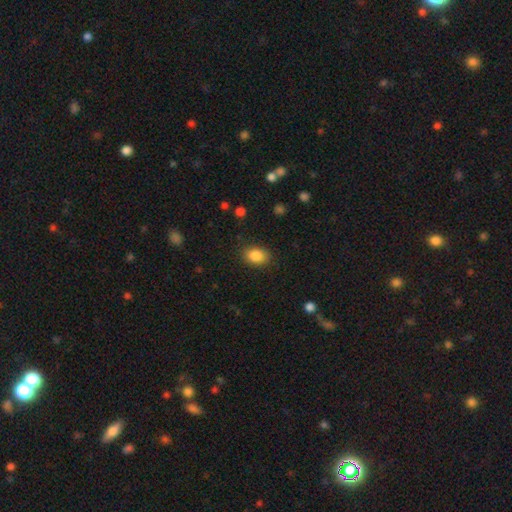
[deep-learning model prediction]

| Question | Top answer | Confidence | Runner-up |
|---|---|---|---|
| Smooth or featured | smooth | 86% | star or artifact (9%) |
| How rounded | in between | 73% | round (26%) |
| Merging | none | 86% | minor disturbance (10%) |